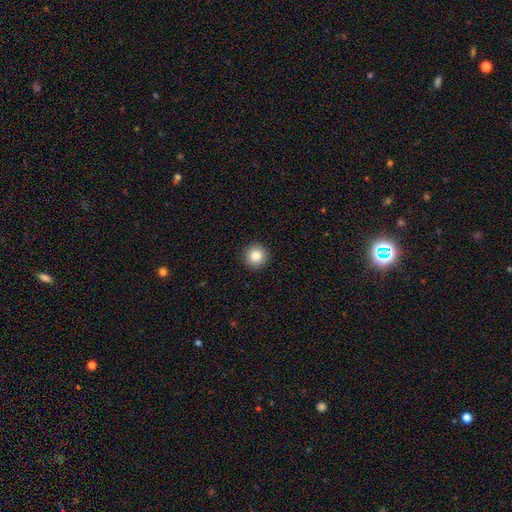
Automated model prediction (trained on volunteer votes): smooth_or_featured: smooth (p=0.86) [alt: star or artifact p=0.09]
how_rounded: round (p=0.95) [alt: in between p=0.04]
merging: none (p=0.93) [alt: minor disturbance p=0.04]